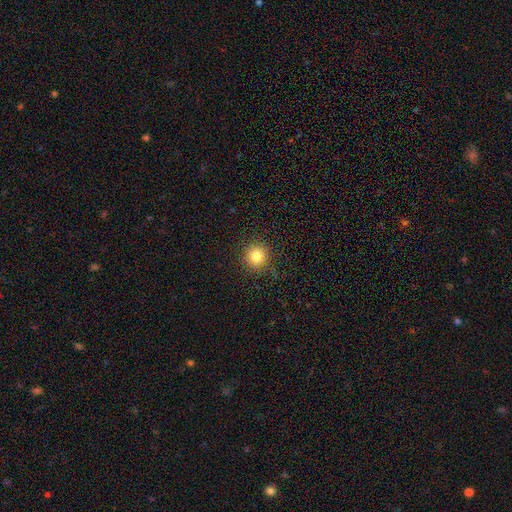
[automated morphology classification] smooth 81%, star or artifact 12%, featured or disk 7%. Down the decision tree: how rounded — round (94%); merging — none (90%).